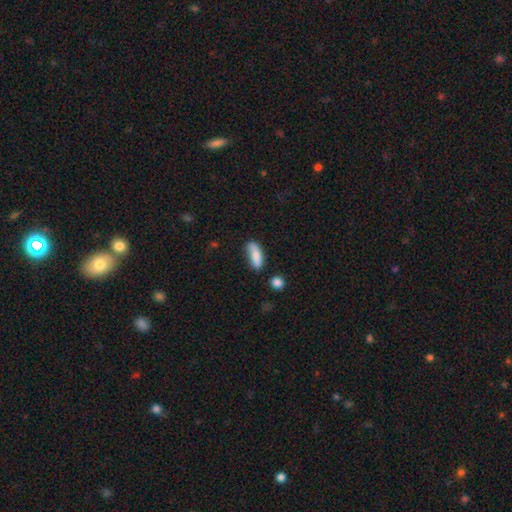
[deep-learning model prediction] Smooth or featured? Predicted: smooth (p=0.81). How rounded? Predicted: in between (p=0.62). Merging? Predicted: none (p=0.61).